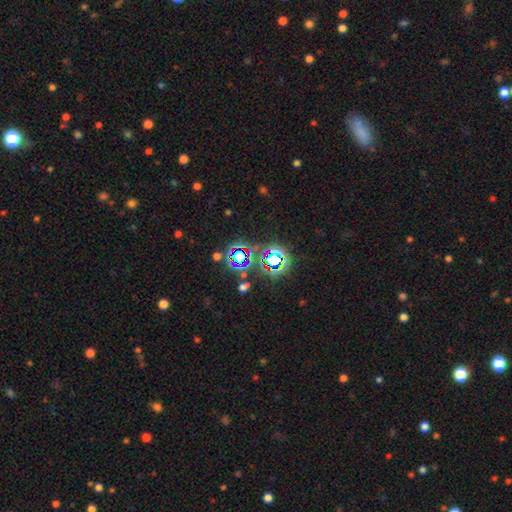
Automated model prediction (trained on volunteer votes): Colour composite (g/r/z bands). It shows a star or artifact, not a galaxy (58%).